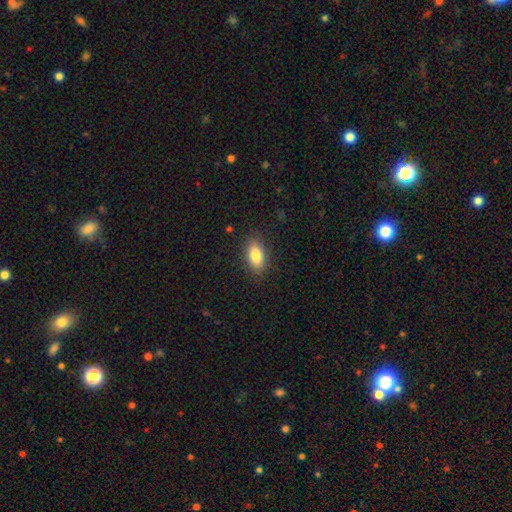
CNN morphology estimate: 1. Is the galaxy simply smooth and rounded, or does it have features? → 84% smooth, 8% featured or disk, 7% star or artifact.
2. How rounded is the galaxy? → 90% in between, 5% cigar-shaped, 5% round.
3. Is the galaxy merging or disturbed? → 86% none, 10% minor disturbance, 3% major disturbance, 1% merger.